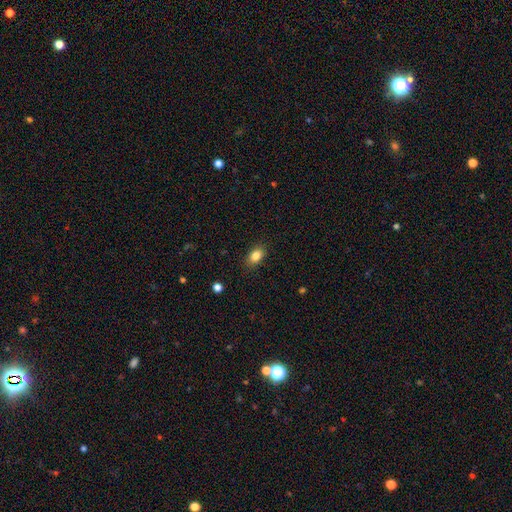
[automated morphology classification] smooth-or-featured: smooth: 85% | star or artifact: 9% | featured or disk: 6%
  how-rounded: in between: 83% | round: 15% | cigar-shaped: 2%
  merging: none: 86% | minor disturbance: 10% | major disturbance: 2% | merger: 1%